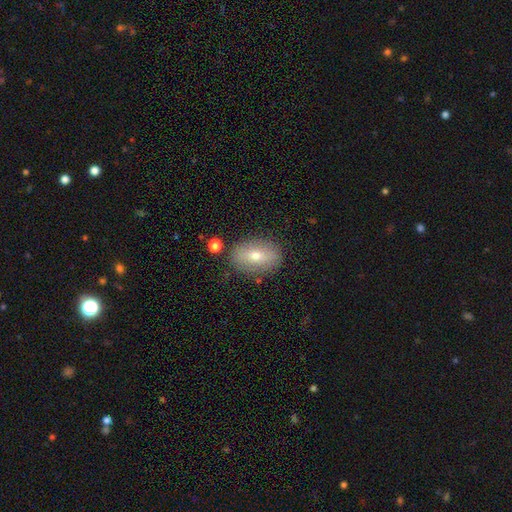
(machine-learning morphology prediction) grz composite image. It shows a smooth galaxy with no disk features (61%) that is in between round and cigar-shaped (84%). Merging: none (83%).